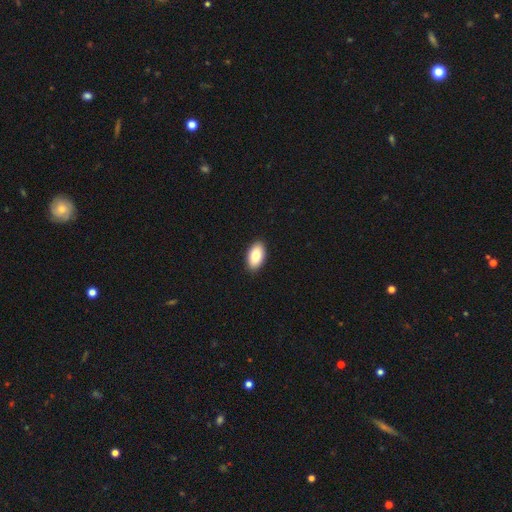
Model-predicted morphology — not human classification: type=smooth (83%); roundness=in between (94%); merging=none (91%).